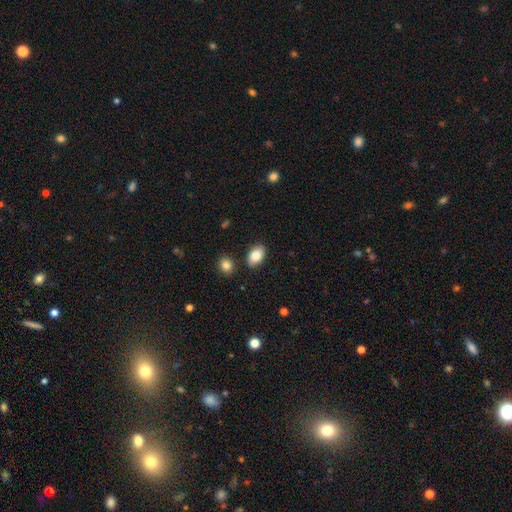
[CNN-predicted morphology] Q: Smooth or featured?
A: smooth (83%); runner-up: featured or disk (10%)
Q: How rounded?
A: in between (90%); runner-up: round (8%)
Q: Merging?
A: none (86%); runner-up: minor disturbance (9%)